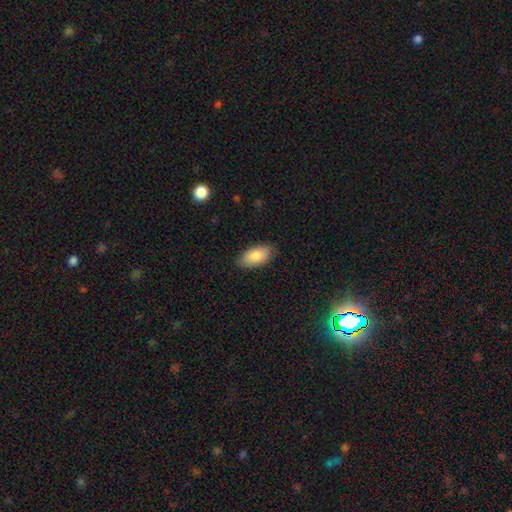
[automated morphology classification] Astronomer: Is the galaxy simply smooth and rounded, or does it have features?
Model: smooth — 86%.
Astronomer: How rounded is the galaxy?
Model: in between — 94%.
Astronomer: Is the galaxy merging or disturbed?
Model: none — 87%.